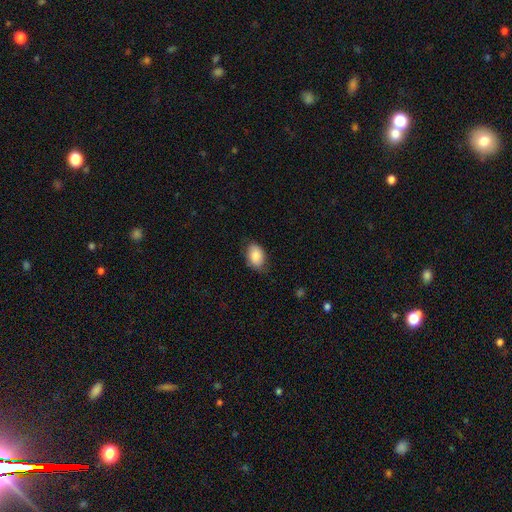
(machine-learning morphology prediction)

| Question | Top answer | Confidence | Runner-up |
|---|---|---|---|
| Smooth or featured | smooth | 85% | featured or disk (9%) |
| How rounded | in between | 86% | round (13%) |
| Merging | none | 75% | minor disturbance (20%) |